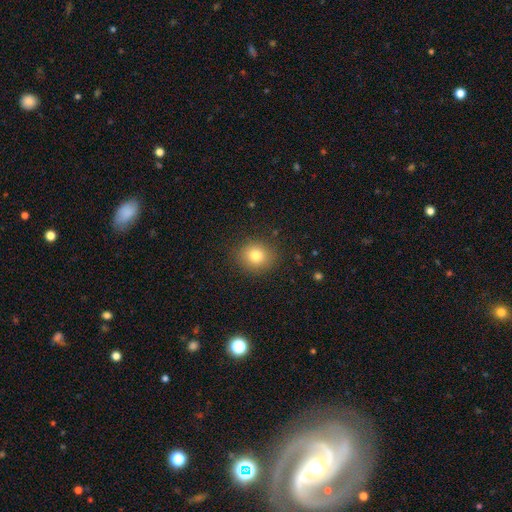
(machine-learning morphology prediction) Smooth or featured? Predicted: smooth (p=0.79). How rounded? Predicted: round (p=0.81). Merging? Predicted: none (p=0.88).